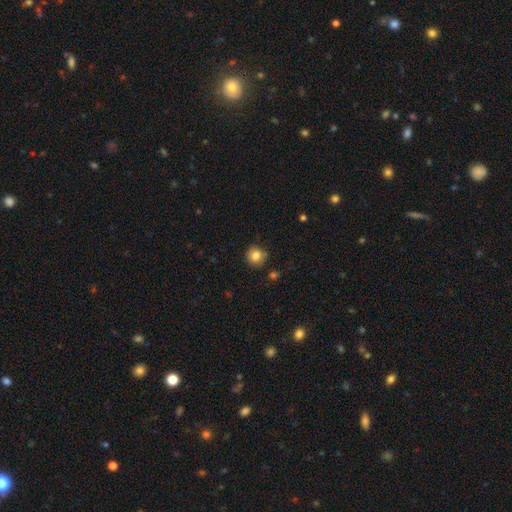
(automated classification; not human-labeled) A smooth galaxy with no disk features (82%) that is round (90%).

Vote fractions:
- Smooth or featured? smooth: 82% / star or artifact: 10% / featured or disk: 7%
- How rounded? round: 90% / in between: 9% / cigar-shaped: 1%
- Merging? none: 83% / minor disturbance: 12% / major disturbance: 2% / merger: 2%